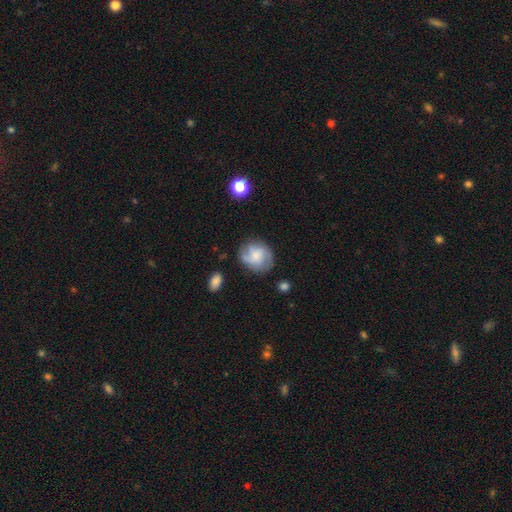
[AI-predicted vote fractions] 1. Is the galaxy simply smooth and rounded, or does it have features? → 56% featured or disk, 36% smooth, 8% star or artifact.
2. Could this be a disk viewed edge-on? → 98% no, 2% yes.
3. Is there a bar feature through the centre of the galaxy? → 64% no, 32% weak, 4% strong.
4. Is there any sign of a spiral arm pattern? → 90% yes, 10% no.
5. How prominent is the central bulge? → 37% small, 33% moderate, 18% none, 10% large, 2% dominant.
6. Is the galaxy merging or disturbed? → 73% none, 17% minor disturbance, 7% major disturbance, 3% merger.